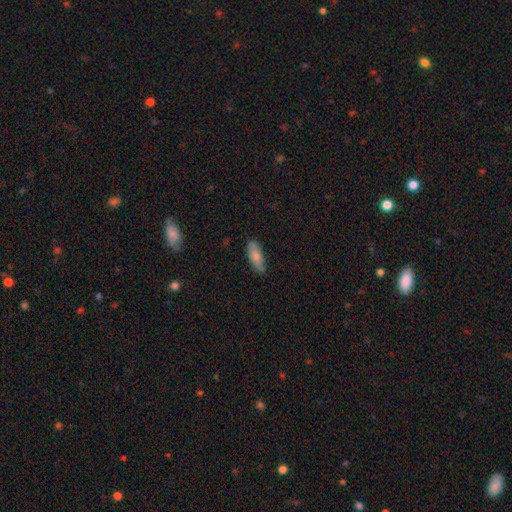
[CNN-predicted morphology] Smooth or featured: smooth — 80% (featured or disk — 14%)
How rounded: in between — 70% (cigar-shaped — 28%)
Merging: none — 84% (minor disturbance — 13%)